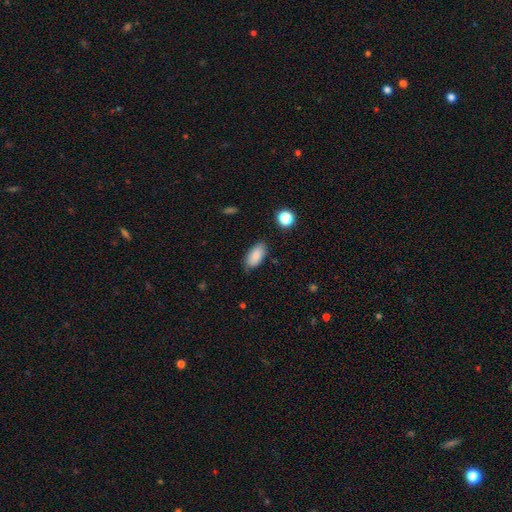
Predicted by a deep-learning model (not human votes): Smooth or featured? Predicted: smooth (p=0.86). How rounded? Predicted: in between (p=0.91). Merging? Predicted: none (p=0.78).